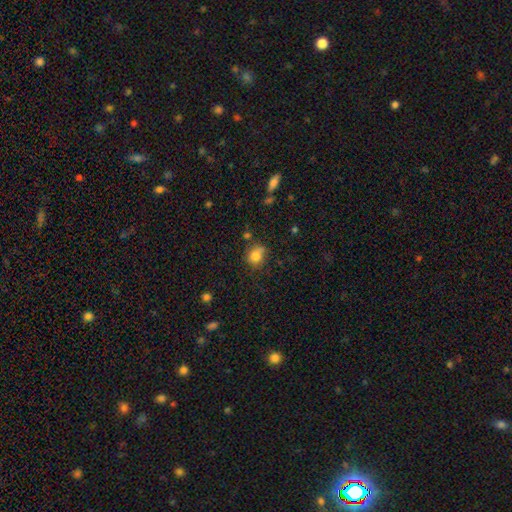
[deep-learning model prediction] Morphology: type=smooth (81%); roundness=round (70%); merging=none (62%).